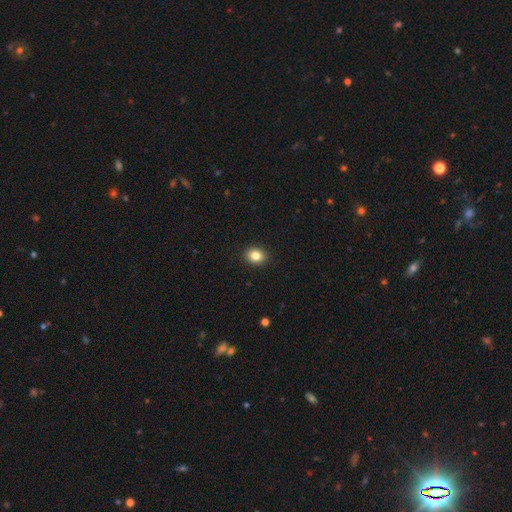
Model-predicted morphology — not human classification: Smooth or featured?
  - smooth: 83% *
  - star or artifact: 10%
  - featured or disk: 6%
How rounded?
  - round: 54% *
  - in between: 45%
  - cigar-shaped: 1%
Merging?
  - none: 91% *
  - minor disturbance: 6%
  - major disturbance: 2%
  - merger: 1%